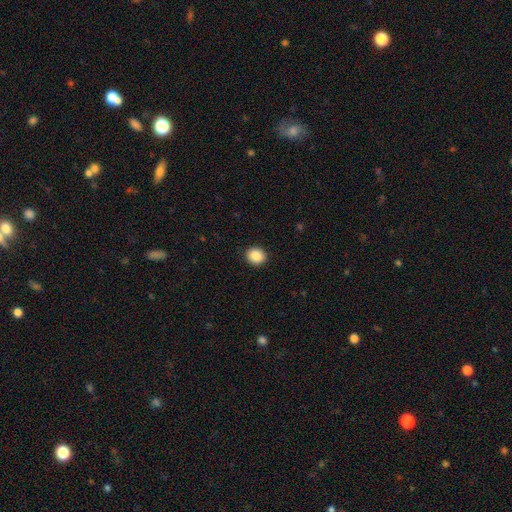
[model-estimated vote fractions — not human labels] Morphology: type=smooth (88%); roundness=round (74%); merging=none (92%).